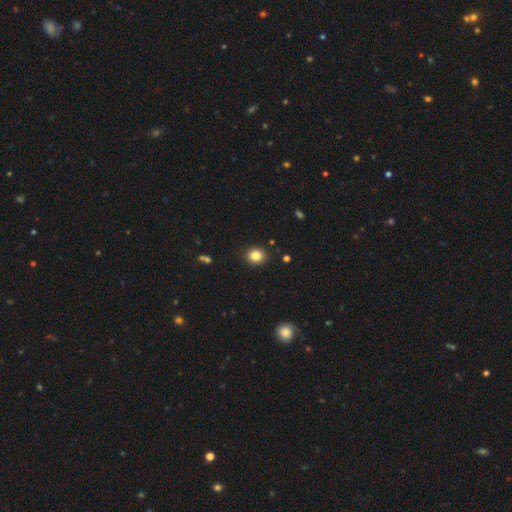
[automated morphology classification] smooth 84%, star or artifact 11%, featured or disk 5%. Down the decision tree: how rounded — round (74%); merging — none (91%).